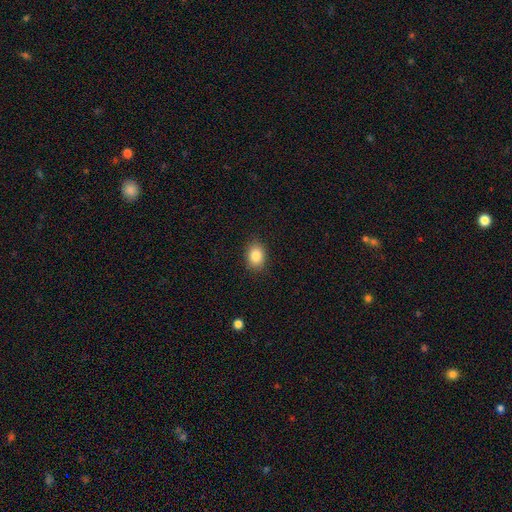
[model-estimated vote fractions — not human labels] Smooth or featured?
  - smooth: 85% *
  - star or artifact: 9%
  - featured or disk: 6%
How rounded?
  - in between: 69% *
  - round: 30%
  - cigar-shaped: 1%
Merging?
  - none: 86% *
  - minor disturbance: 10%
  - major disturbance: 3%
  - merger: 1%